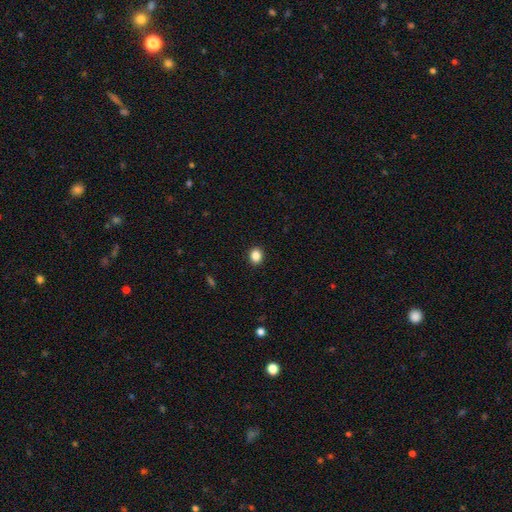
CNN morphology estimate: Smooth or featured? Predicted: smooth (p=0.86). How rounded? Predicted: round (p=0.61). Merging? Predicted: none (p=0.91).